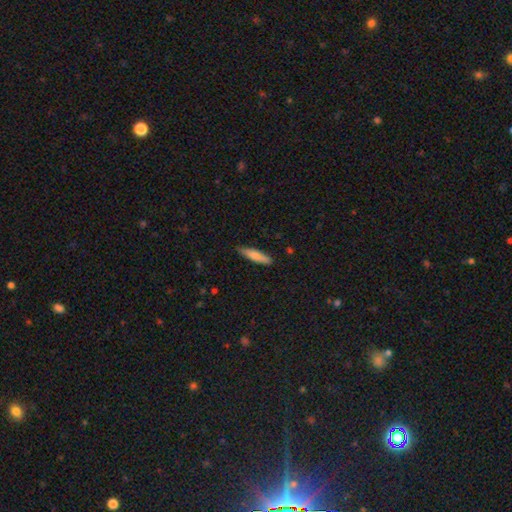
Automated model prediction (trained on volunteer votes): The model was most divided on "how rounded": cigar-shaped: 78%, in between: 20%, round: 1%. More confident: merging — none (86%); smooth or featured — smooth (78%).